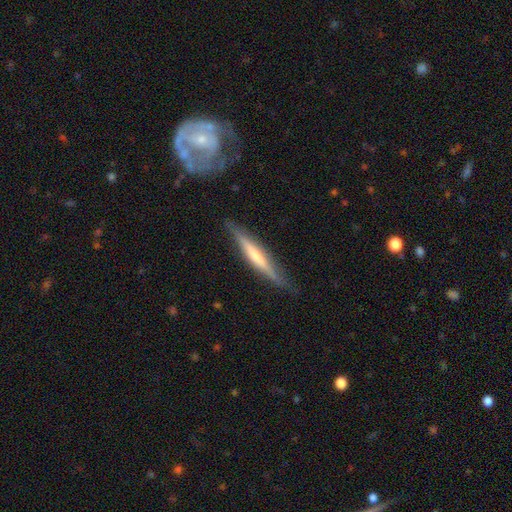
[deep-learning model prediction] This is possibly a featured or disk galaxy (54%). It is clearly viewed edge-on (95%). Edge-on bulge: possibly none (49%). Merging: clearly none (84%).